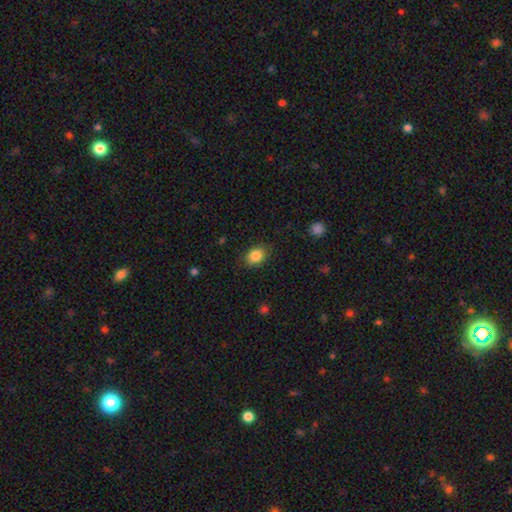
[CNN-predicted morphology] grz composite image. It shows a smooth galaxy with no disk features (86%) that is in between round and cigar-shaped (62%). Merging: none (84%).